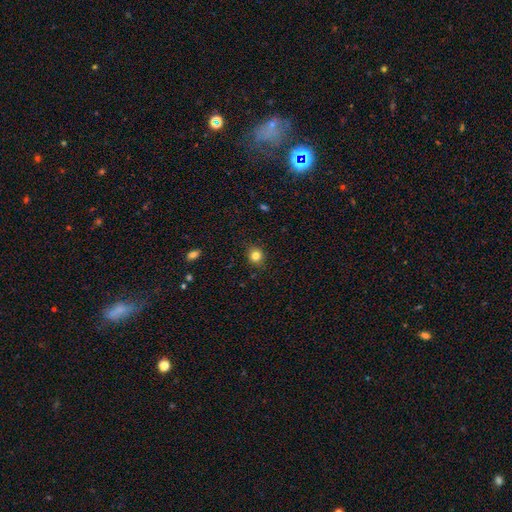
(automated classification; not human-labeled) Overall: smooth (82%). How rounded: round (85%). Merging: none (88%).